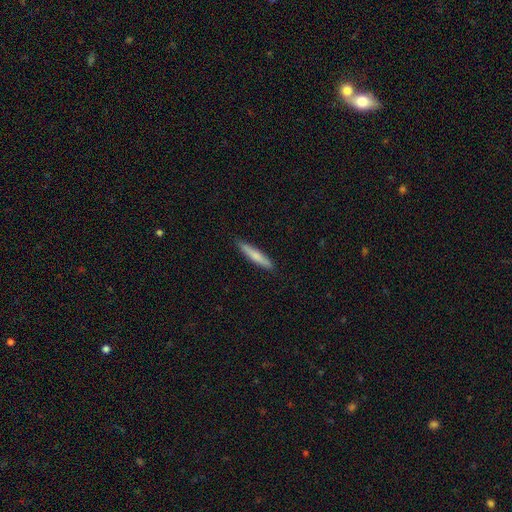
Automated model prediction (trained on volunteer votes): Q: Smooth or featured?
A: smooth (71%); runner-up: featured or disk (23%)
Q: How rounded?
A: cigar-shaped (92%); runner-up: in between (7%)
Q: Merging?
A: none (89%); runner-up: minor disturbance (8%)